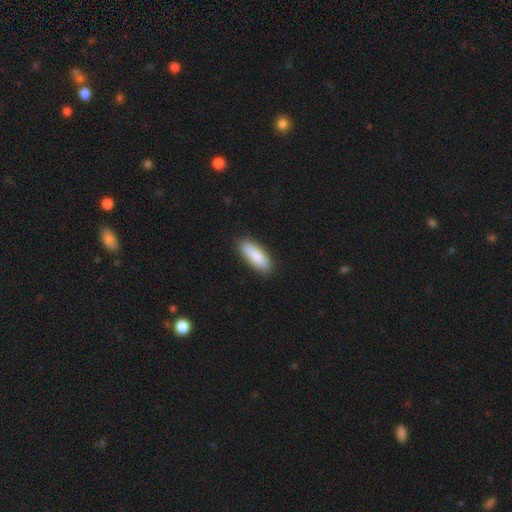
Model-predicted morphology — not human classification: This is clearly a smooth galaxy (84%). How rounded: possibly in between (52%). Merging: clearly none (86%).